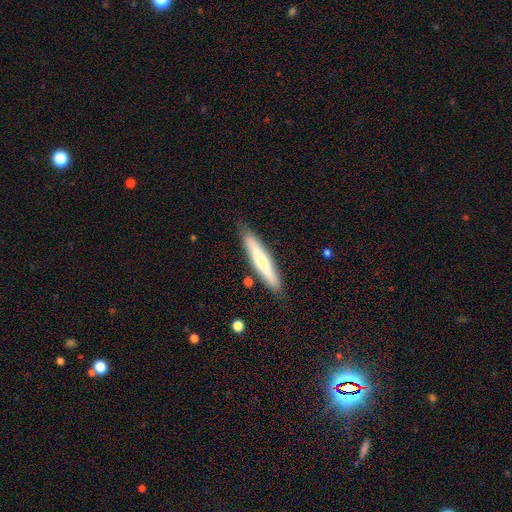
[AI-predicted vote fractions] smooth_or_featured: smooth (p=0.54) [alt: featured or disk p=0.40]
how_rounded: cigar-shaped (p=0.88) [alt: in between p=0.10]
merging: none (p=0.82) [alt: minor disturbance p=0.13]